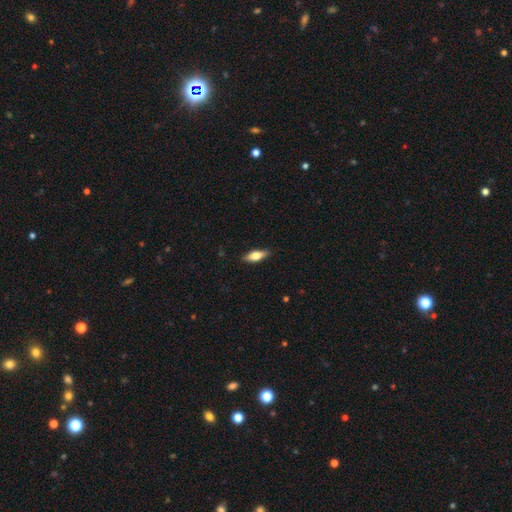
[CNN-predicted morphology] Overall: smooth (61%; featured or disk 33%). How rounded: in between (64%; cigar-shaped 33%). Merging: none (88%).